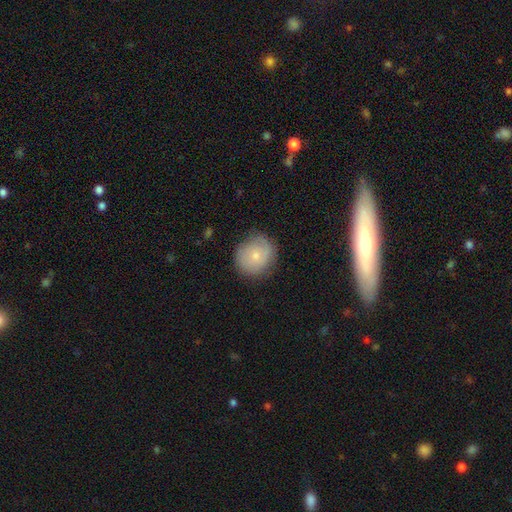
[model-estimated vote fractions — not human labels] The model was most divided on "smooth or featured": smooth: 64%, featured or disk: 28%, star or artifact: 8%. More confident: how rounded — round (86%); merging — none (77%).